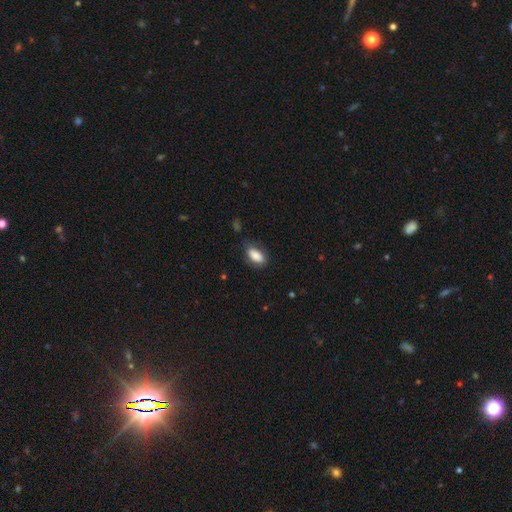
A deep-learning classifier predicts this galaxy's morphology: smooth 83%, featured or disk 10%, star or artifact 7%. Down the decision tree: how rounded — in between (91%); merging — none (73%).